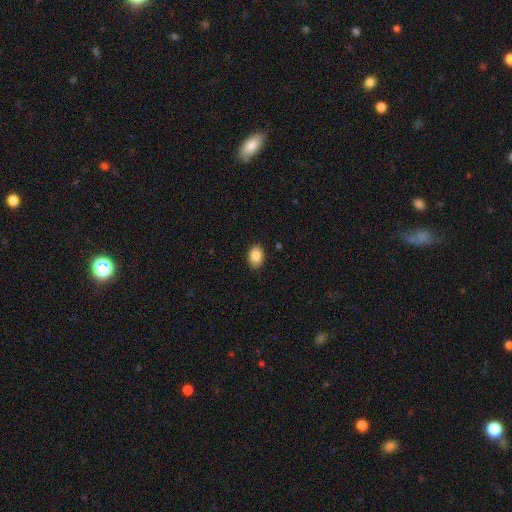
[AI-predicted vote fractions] A smooth galaxy with no disk features (89%) that is in between round and cigar-shaped (80%).

Vote fractions:
- Smooth or featured? smooth: 89% / star or artifact: 8% / featured or disk: 4%
- How rounded? in between: 80% / round: 19% / cigar-shaped: 1%
- Merging? none: 90% / minor disturbance: 8% / major disturbance: 2% / merger: 1%